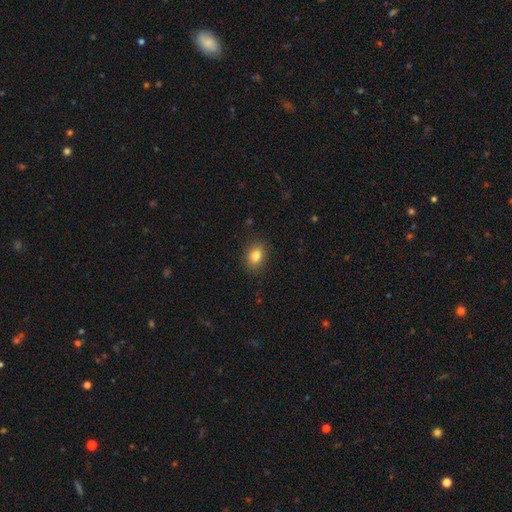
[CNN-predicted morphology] Q: Smooth or featured?
A: smooth (82%); runner-up: star or artifact (10%)
Q: How rounded?
A: in between (69%); runner-up: round (30%)
Q: Merging?
A: none (87%); runner-up: minor disturbance (9%)